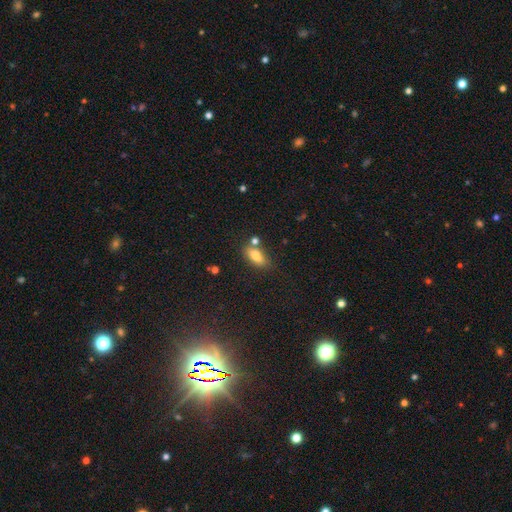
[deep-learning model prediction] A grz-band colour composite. It shows a smooth galaxy with no disk features (77%) that is in between round and cigar-shaped (83%). Merging: none (71%).